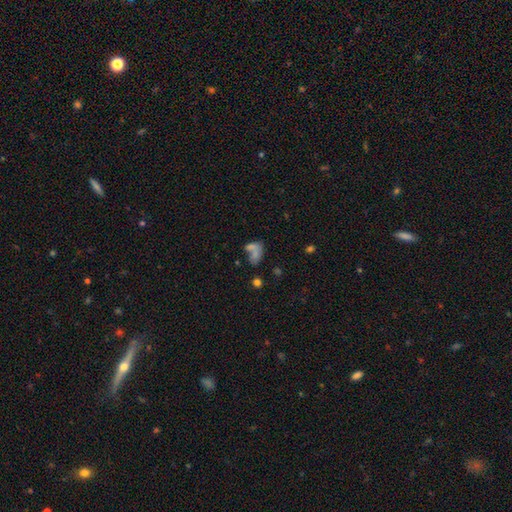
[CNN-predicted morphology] Smooth or featured? Predicted: smooth (p=0.46). Merging? Predicted: merger (p=0.34, tied with none).